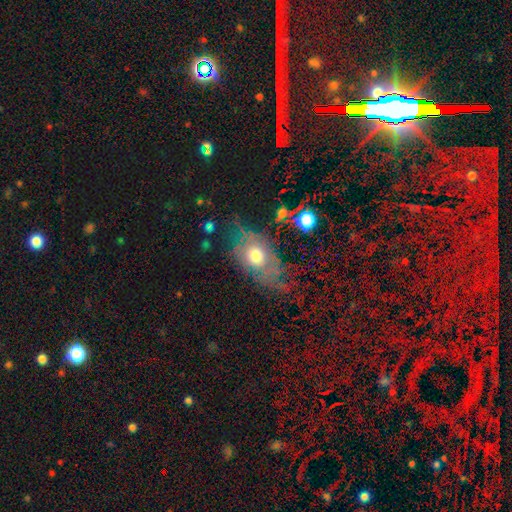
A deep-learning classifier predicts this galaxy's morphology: Q: Smooth or featured?
A: smooth (51%); runner-up: featured or disk (35%)
Q: How rounded?
A: in between (64%); runner-up: round (33%)
Q: Merging?
A: none (37%); runner-up: major disturbance (36%)